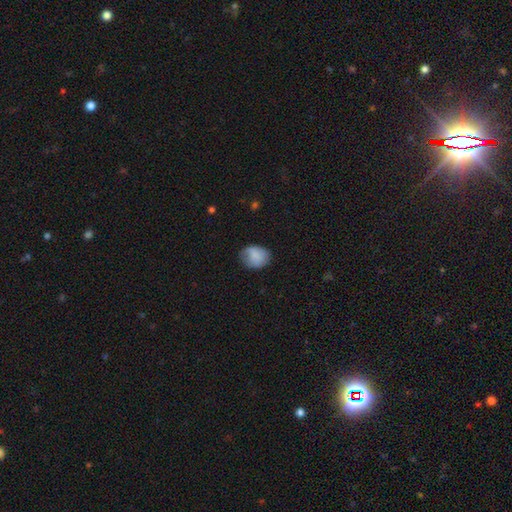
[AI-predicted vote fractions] Overall: smooth (80%). How rounded: in between (55%; round 44%). Merging: none (64%; minor disturbance 27%).